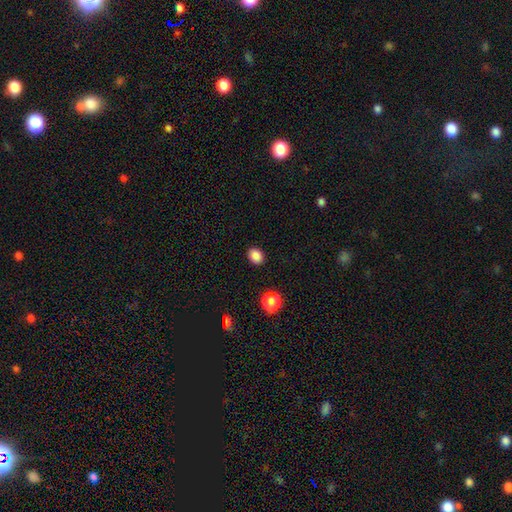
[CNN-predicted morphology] Smooth or featured: smooth — 86% (star or artifact — 11%)
How rounded: in between — 55% (round — 44%)
Merging: none — 88% (minor disturbance — 8%)